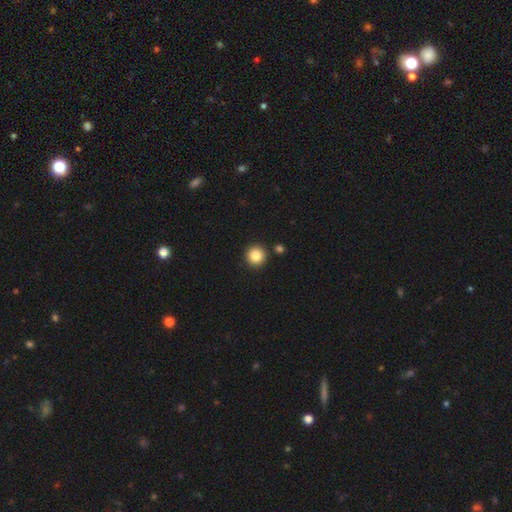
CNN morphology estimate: Overall: smooth (85%). How rounded: round (95%). Merging: none (90%).